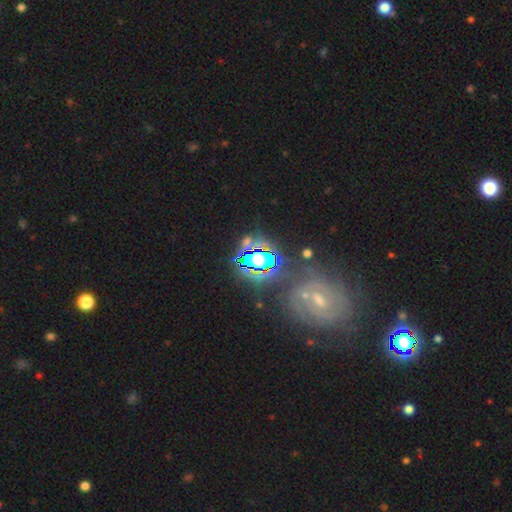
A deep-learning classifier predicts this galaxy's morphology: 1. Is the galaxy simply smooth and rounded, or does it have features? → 64% star or artifact, 20% featured or disk, 16% smooth.